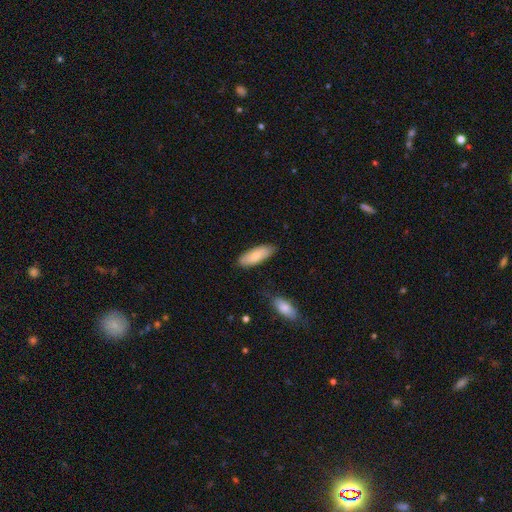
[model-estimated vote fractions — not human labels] Smooth or featured? Predicted: smooth (p=0.77). How rounded? Predicted: in between (p=0.72). Merging? Predicted: none (p=0.80).